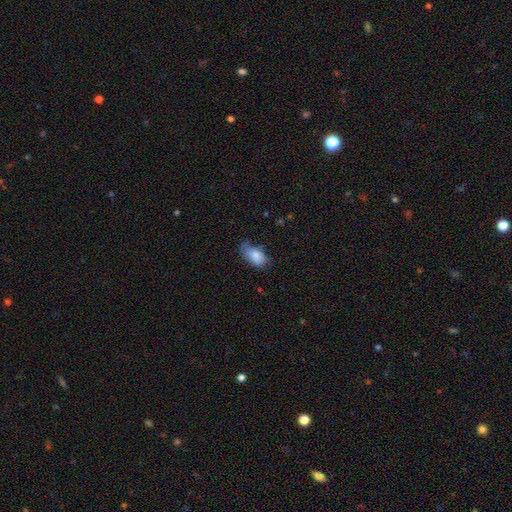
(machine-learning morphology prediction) Smooth or featured?
  - smooth: 80% *
  - featured or disk: 13%
  - star or artifact: 7%
How rounded?
  - in between: 92% *
  - round: 5%
  - cigar-shaped: 4%
Merging?
  - none: 45% *
  - minor disturbance: 38%
  - major disturbance: 14%
  - merger: 2%